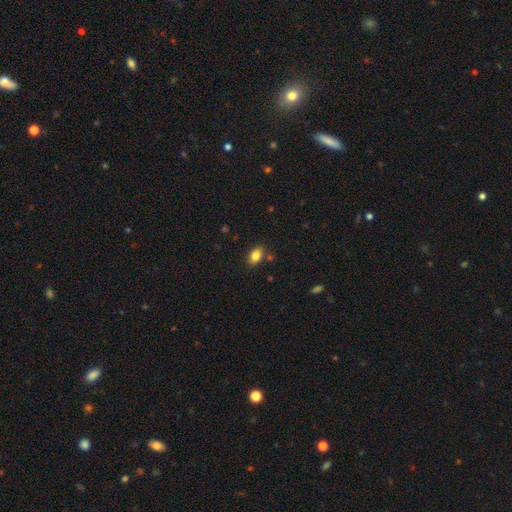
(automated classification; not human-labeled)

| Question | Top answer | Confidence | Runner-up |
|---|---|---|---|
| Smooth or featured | smooth | 84% | star or artifact (9%) |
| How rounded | in between | 85% | round (13%) |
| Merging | none | 81% | minor disturbance (11%) |